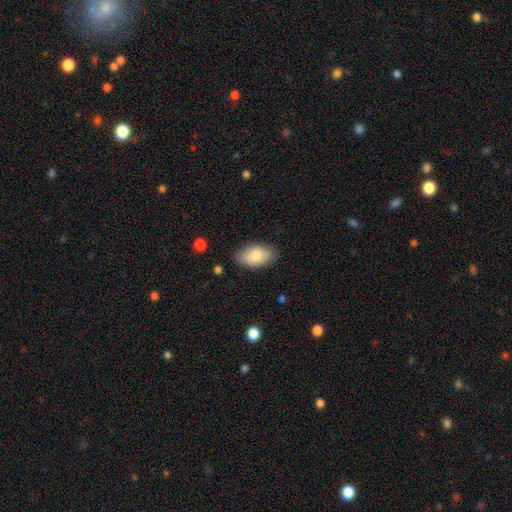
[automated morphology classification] Overall: smooth (83%). How rounded: in between (94%). Merging: none (82%).